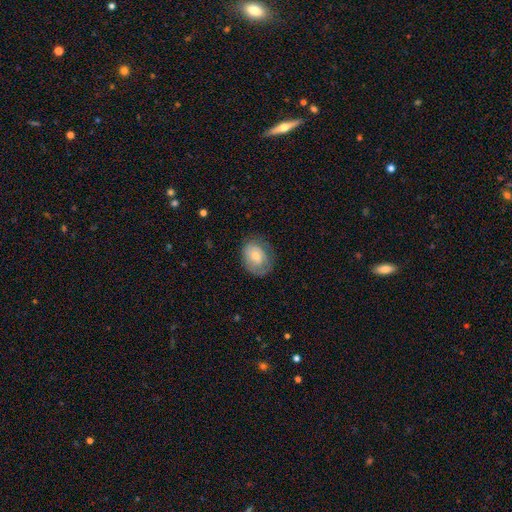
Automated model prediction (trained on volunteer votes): A smooth galaxy with no disk features (69%) that is in between round and cigar-shaped (67%).

Vote fractions:
- Smooth or featured? smooth: 69% / featured or disk: 24% / star or artifact: 7%
- How rounded? in between: 67% / round: 32% / cigar-shaped: 1%
- Merging? none: 66% / minor disturbance: 23% / major disturbance: 10% / merger: 1%